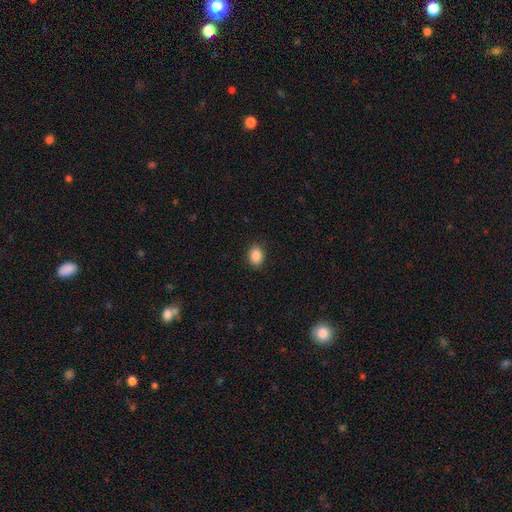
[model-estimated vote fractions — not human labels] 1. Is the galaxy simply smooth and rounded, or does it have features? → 88% smooth, 8% star or artifact, 3% featured or disk.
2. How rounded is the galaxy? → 72% in between, 26% round, 1% cigar-shaped.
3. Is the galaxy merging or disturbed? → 89% none, 8% minor disturbance, 2% major disturbance, 1% merger.